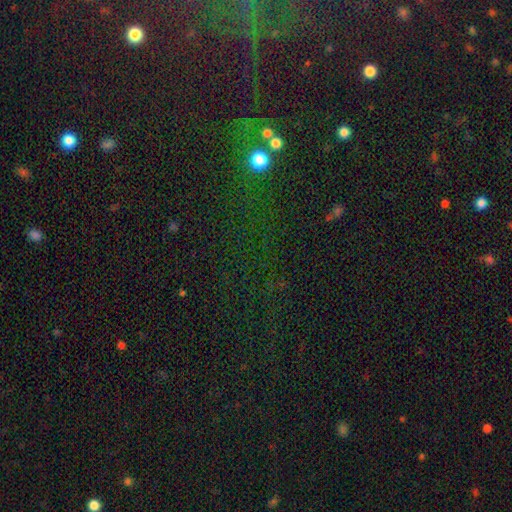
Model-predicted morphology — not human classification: Overall: star or artifact (74%).